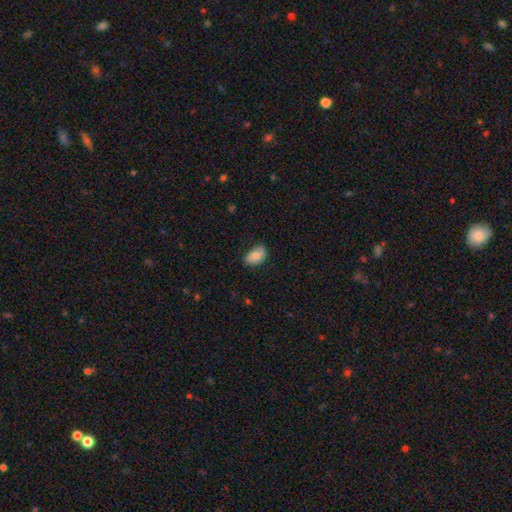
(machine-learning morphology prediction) Smooth or featured? smooth (66%)
How rounded? in between (88%)
Merging? none (68%)